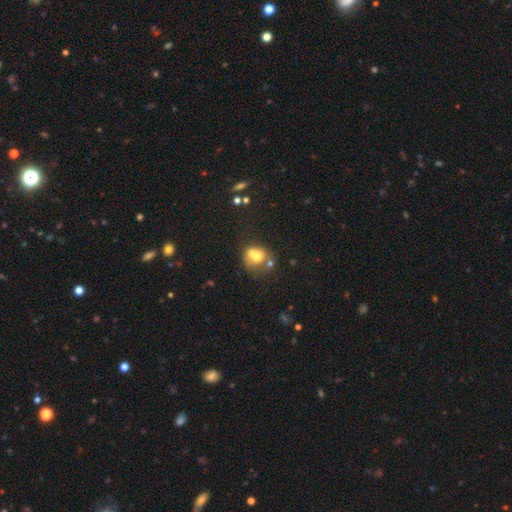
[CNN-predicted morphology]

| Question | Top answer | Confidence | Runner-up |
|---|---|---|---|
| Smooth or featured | smooth | 59% | featured or disk (29%) |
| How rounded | round | 68% | in between (31%) |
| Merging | merger | 58% | none (27%) |